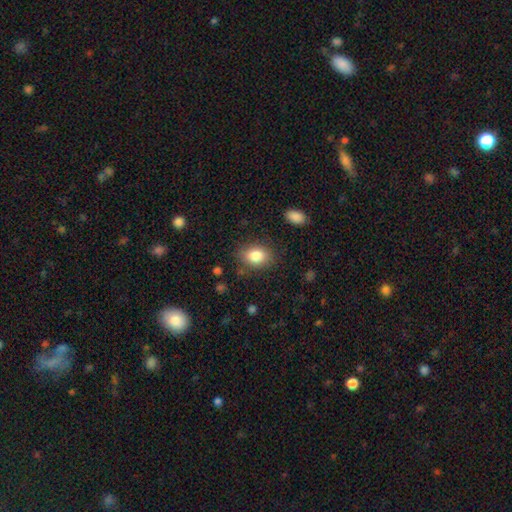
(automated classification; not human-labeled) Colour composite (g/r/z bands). It shows a smooth galaxy with no disk features (84%) that is in between round and cigar-shaped (74%). Merging: none (80%).